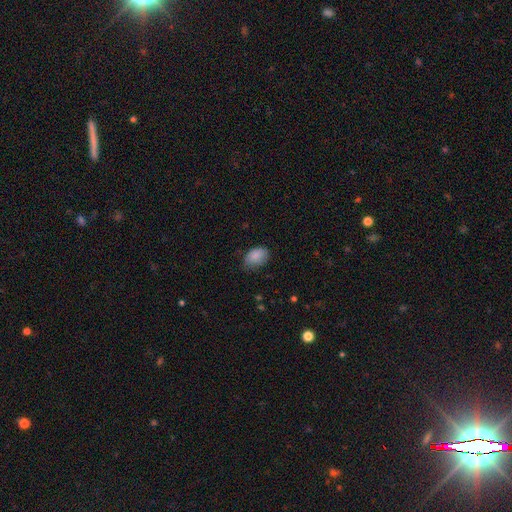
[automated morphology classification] A smooth galaxy with no disk features (87%) that is in between round and cigar-shaped (84%).

Vote fractions:
- Smooth or featured? smooth: 87% / star or artifact: 8% / featured or disk: 5%
- How rounded? in between: 84% / round: 15% / cigar-shaped: 1%
- Merging? none: 64% / minor disturbance: 29% / major disturbance: 6% / merger: 1%